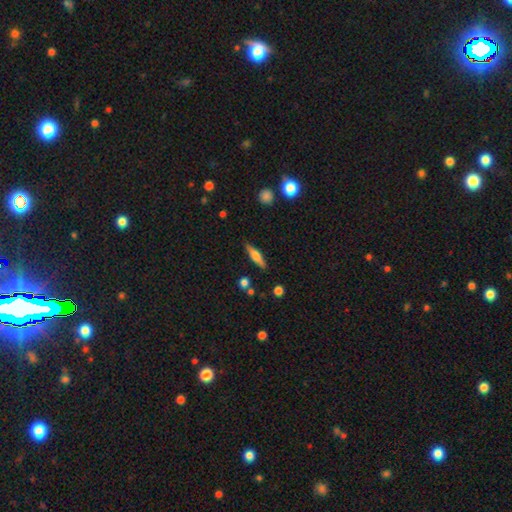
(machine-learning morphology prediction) Smooth or featured?
  - smooth: 50% *
  - featured or disk: 43%
  - star or artifact: 7%
Merging?
  - none: 86% *
  - minor disturbance: 10%
  - major disturbance: 2%
  - merger: 2%